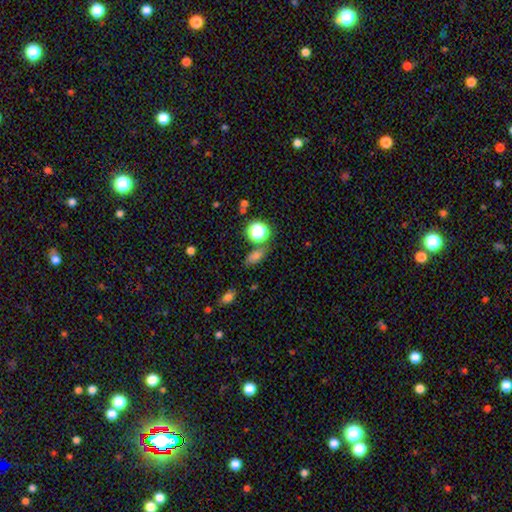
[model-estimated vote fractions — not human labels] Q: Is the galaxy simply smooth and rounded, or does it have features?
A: smooth — 58%.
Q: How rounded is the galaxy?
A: in between — 60%.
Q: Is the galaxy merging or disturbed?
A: none — 72%.